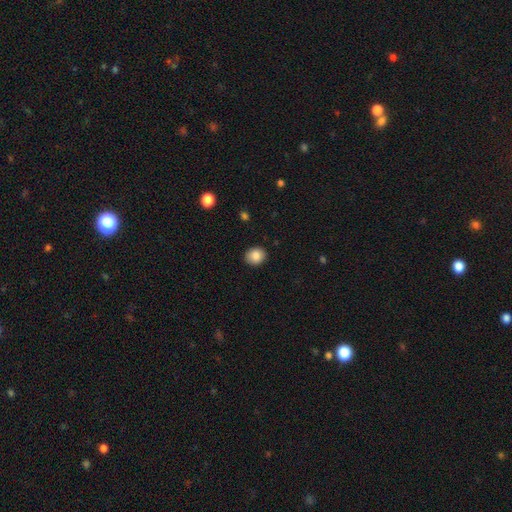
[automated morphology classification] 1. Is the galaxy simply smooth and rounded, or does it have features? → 86% smooth, 9% star or artifact, 5% featured or disk.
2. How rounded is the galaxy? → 65% round, 34% in between, 1% cigar-shaped.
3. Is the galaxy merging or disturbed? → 90% none, 7% minor disturbance, 2% major disturbance, 1% merger.